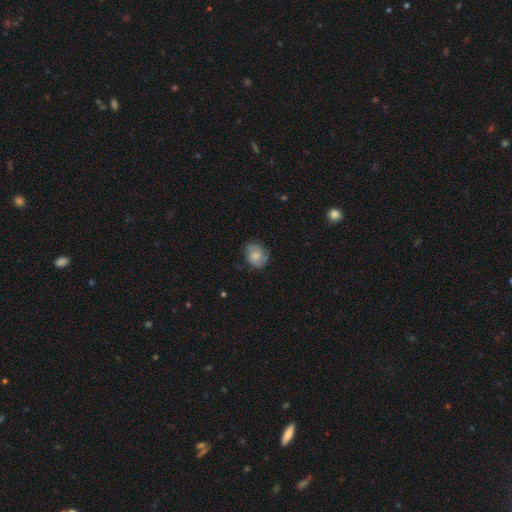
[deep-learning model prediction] A smooth galaxy with no disk features (62%) that is round (57%).

Vote fractions:
- Smooth or featured? smooth: 62% / featured or disk: 30% / star or artifact: 8%
- How rounded? round: 57% / in between: 42% / cigar-shaped: 1%
- Merging? none: 73% / minor disturbance: 20% / major disturbance: 5% / merger: 1%